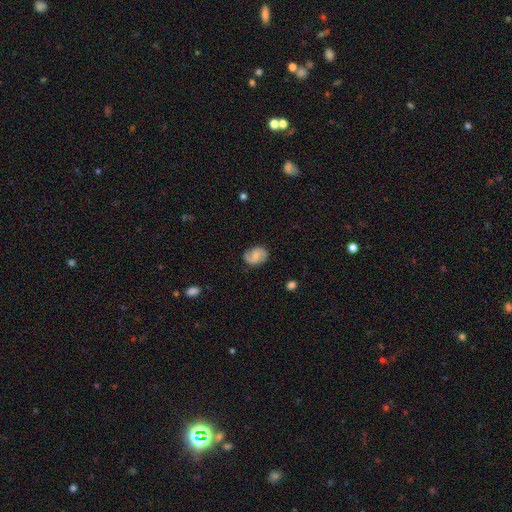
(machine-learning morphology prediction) A featured or disk galaxy (61%) with no bar (55%), 2 (86%) medium (47%) spiral arms (91%) and a moderate central bulge (45%).

Vote fractions:
- Smooth or featured? featured or disk: 61% / smooth: 32% / star or artifact: 7%
- Edge-on disk? no: 97% / yes: 3%
- Bar? no: 55% / weak: 39% / strong: 7%
- Spiral arms? yes: 91% / no: 9%
- Spiral winding? medium: 47% / tight: 31% / loose: 22%
- Spiral arm count? 2: 86% / can't tell: 7% / 1: 4% / 3: 1% / 4: 1% / more than 4: 1%
- Bulge size? moderate: 45% / small: 40% / none: 10% / large: 3% / dominant: 1%
- Merging? none: 80% / minor disturbance: 15% / major disturbance: 4% / merger: 1%